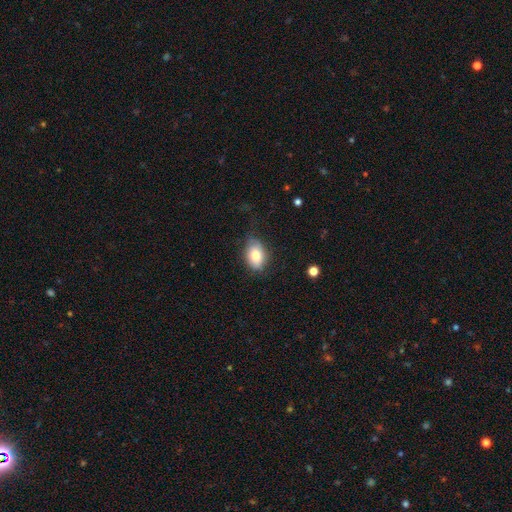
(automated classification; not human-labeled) smooth 76%, featured or disk 16%, star or artifact 8%. Down the decision tree: how rounded — in between (82%); merging — none (67%).